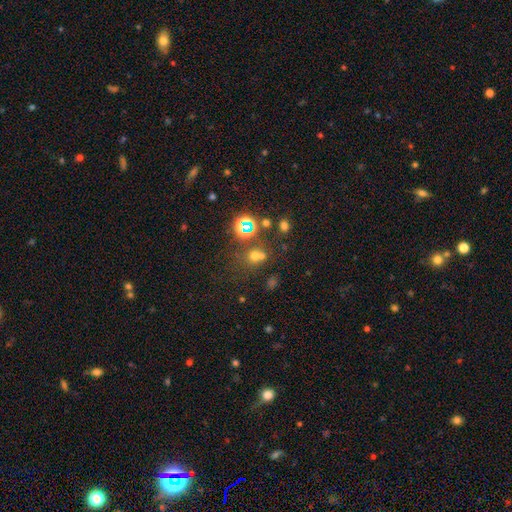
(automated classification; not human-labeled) smooth 54%, star or artifact 35%, featured or disk 11%. Down the decision tree: how rounded — round (79%); merging — none (55%).